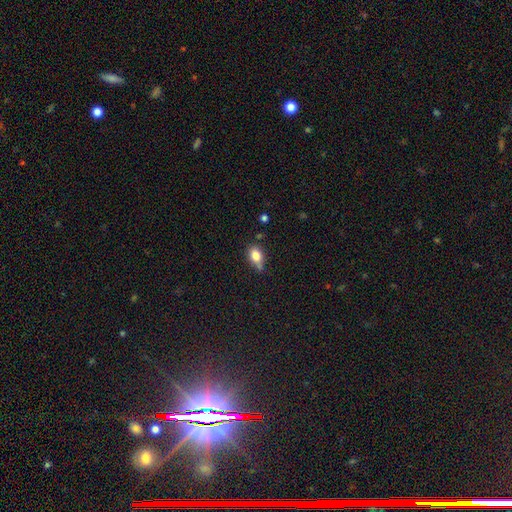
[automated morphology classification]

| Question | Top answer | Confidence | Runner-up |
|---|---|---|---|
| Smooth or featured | smooth | 80% | featured or disk (10%) |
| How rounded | in between | 75% | round (22%) |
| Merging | none | 53% | minor disturbance (28%) |